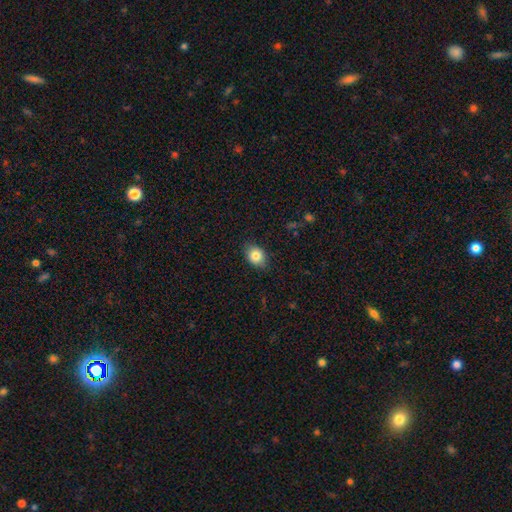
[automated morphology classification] A smooth galaxy with no disk features (83%) that is in between round and cigar-shaped (63%).

Vote fractions:
- Smooth or featured? smooth: 83% / star or artifact: 9% / featured or disk: 8%
- How rounded? in between: 63% / round: 36% / cigar-shaped: 1%
- Merging? none: 85% / minor disturbance: 11% / major disturbance: 2% / merger: 1%